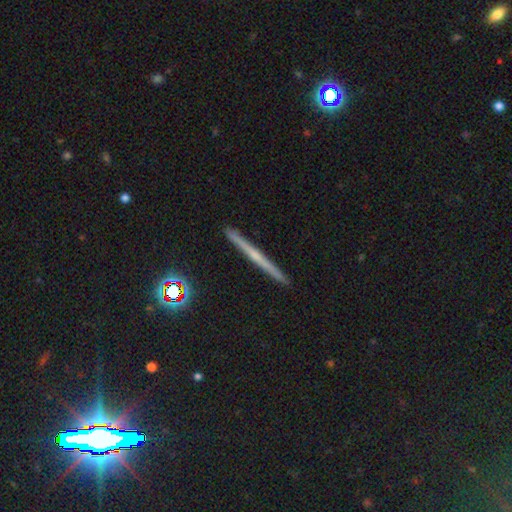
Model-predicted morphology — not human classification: The model was most divided on "edge-on bulge": none: 55%, rounded: 39%, boxy: 6%. More confident: edge-on disk — yes (98%); merging — none (93%); smooth or featured — featured or disk (63%).